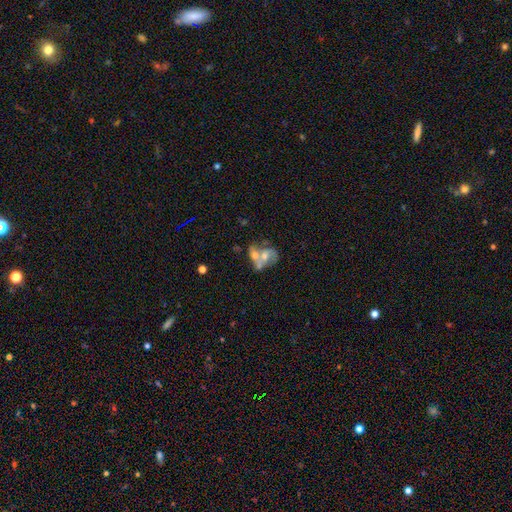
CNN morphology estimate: This is possibly a featured or disk galaxy (58%). It is clearly not viewed edge-on (97%). Bar: likely no (71%). Spiral arm pattern: possibly yes (57%). Central bulge: possibly moderate (58%). Merging: possibly merger (57%).